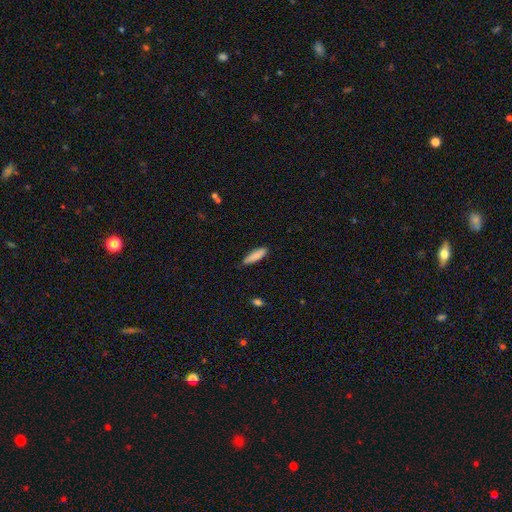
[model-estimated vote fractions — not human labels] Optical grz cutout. It shows a smooth galaxy with no disk features (86%) that is cigar-shaped (64%). Merging: none (80%).